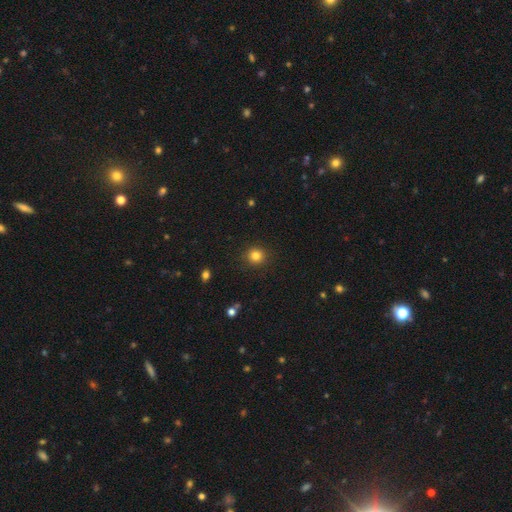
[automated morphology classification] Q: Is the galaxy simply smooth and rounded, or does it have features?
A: smooth — 83%.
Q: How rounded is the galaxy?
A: round — 91%.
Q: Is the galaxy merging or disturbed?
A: none — 90%.